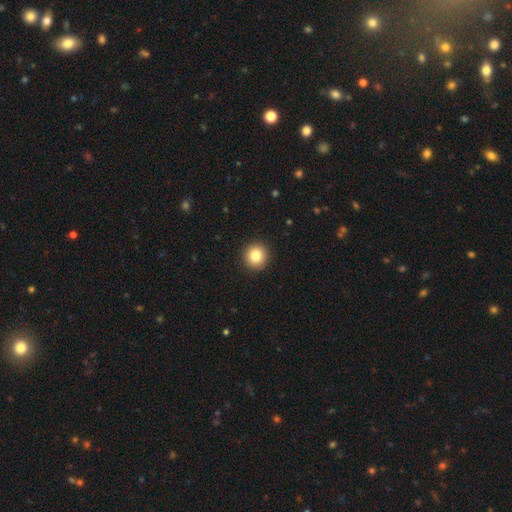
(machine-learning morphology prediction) Smooth or featured: smooth — 83% (star or artifact — 10%)
How rounded: round — 94% (in between — 5%)
Merging: none — 93% (minor disturbance — 5%)